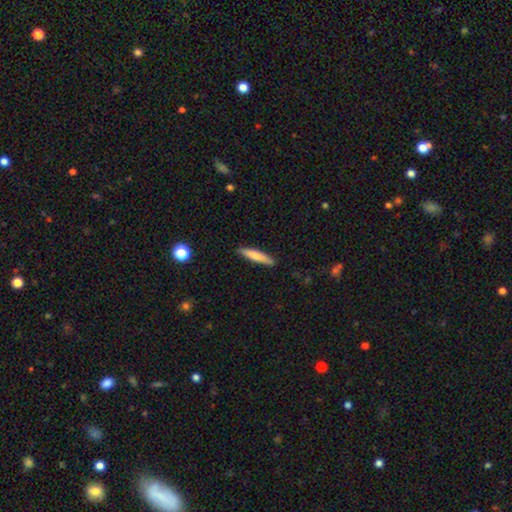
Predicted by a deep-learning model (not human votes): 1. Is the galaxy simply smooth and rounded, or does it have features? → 73% smooth, 21% featured or disk, 6% star or artifact.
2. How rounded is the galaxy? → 88% cigar-shaped, 11% in between, 1% round.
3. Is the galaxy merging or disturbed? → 89% none, 9% minor disturbance, 2% major disturbance, 1% merger.